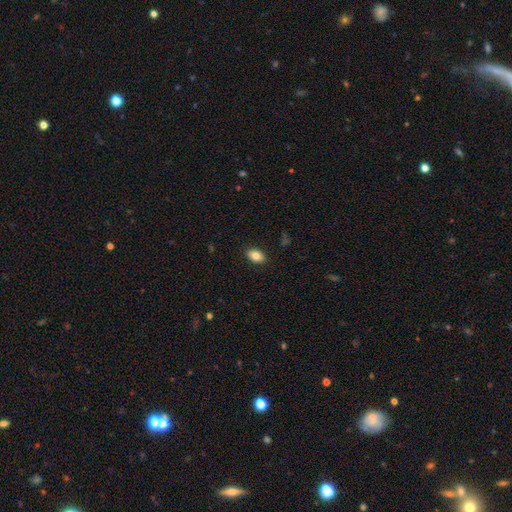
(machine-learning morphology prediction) This appears to be a smooth galaxy with no disk features (82%) that is in between round and cigar-shaped (89%). Merging: none (89%).